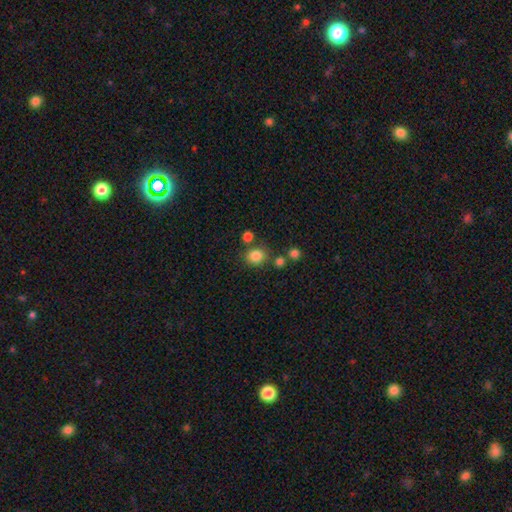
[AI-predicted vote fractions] Morphology: type=smooth (83%); roundness=round (77%); merging=none (74%).